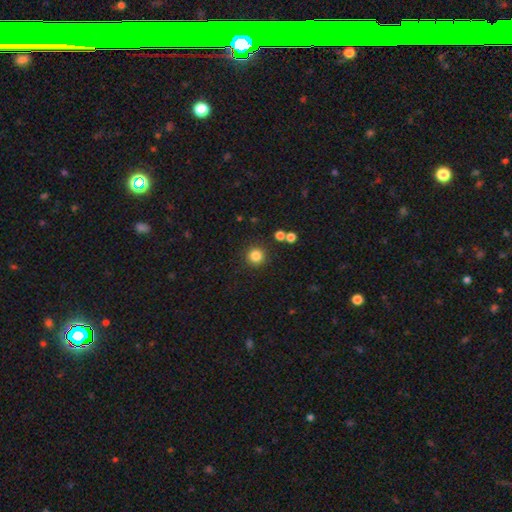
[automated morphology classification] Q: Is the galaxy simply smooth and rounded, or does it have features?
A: smooth — 84%.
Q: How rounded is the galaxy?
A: round — 95%.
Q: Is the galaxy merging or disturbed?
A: none — 88%.